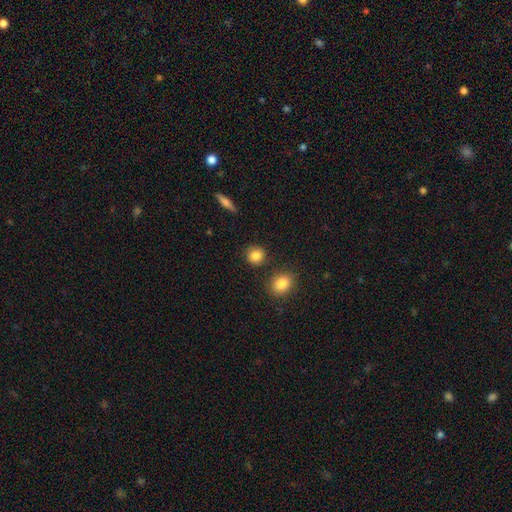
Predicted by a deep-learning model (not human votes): Overall: smooth (86%). How rounded: round (83%). Merging: none (85%).